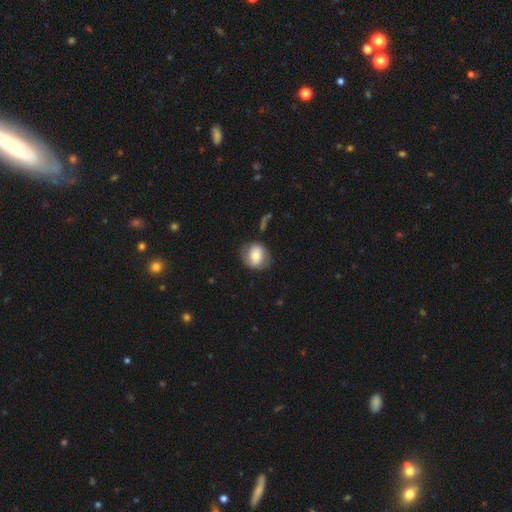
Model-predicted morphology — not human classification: A smooth galaxy with no disk features (57%) that is round (75%). Merging: none (73%).